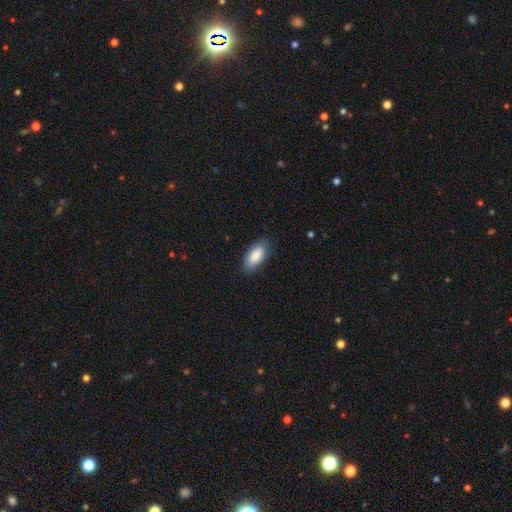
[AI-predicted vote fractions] A smooth galaxy with no disk features (87%) that is in between round and cigar-shaped (90%). Merging: none (82%).